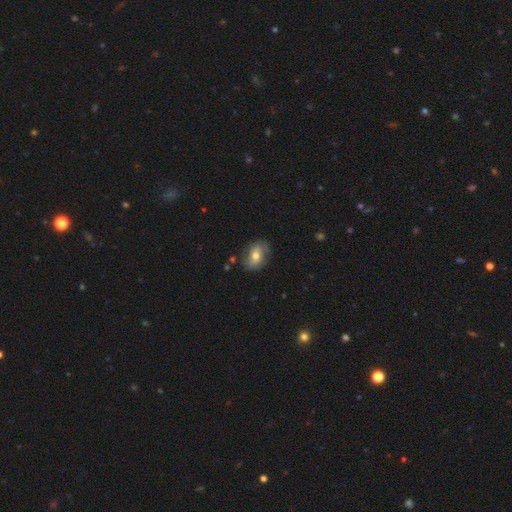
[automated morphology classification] A smooth galaxy with no disk features (53%) that is in between round and cigar-shaped (75%). Merging: none (74%).